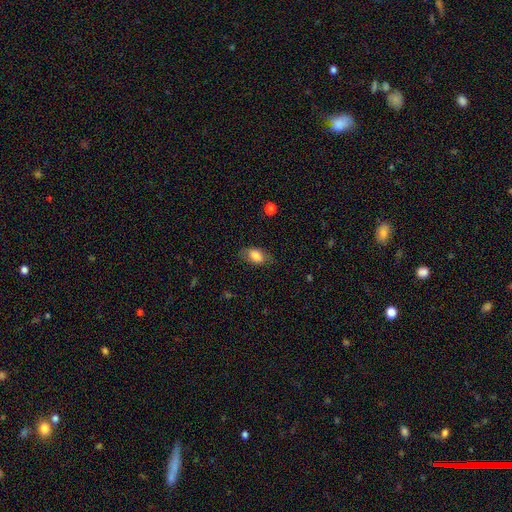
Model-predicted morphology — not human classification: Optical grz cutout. It shows a smooth galaxy with no disk features (78%) that is in between round and cigar-shaped (90%). Merging: none (74%).